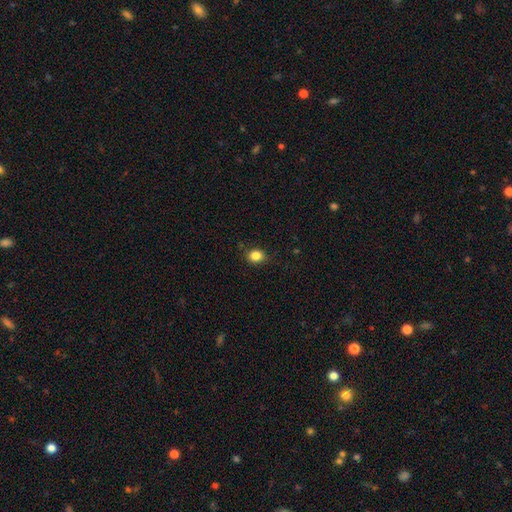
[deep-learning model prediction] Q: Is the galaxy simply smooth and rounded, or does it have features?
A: smooth — 85%.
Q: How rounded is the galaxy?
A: round — 60%.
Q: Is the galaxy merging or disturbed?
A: none — 85%.